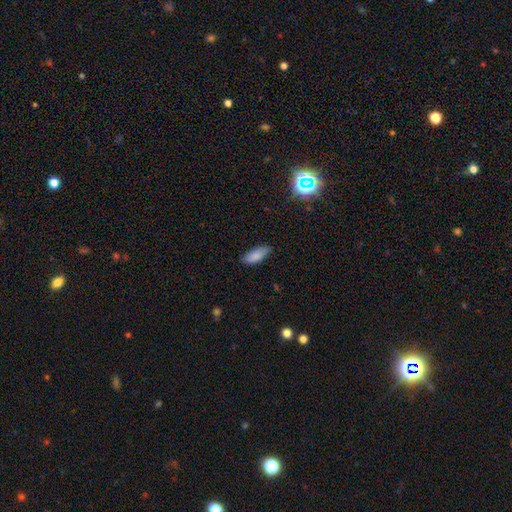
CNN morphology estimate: type=smooth (84%); roundness=in between (76%); merging=none (75%).